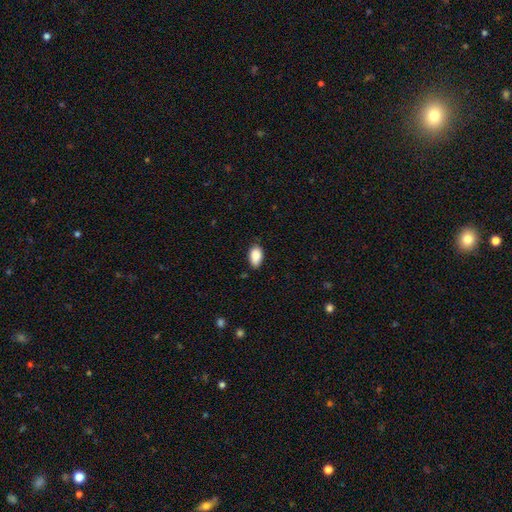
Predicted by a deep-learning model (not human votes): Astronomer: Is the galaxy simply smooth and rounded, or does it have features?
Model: smooth — 88%.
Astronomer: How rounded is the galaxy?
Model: in between — 92%.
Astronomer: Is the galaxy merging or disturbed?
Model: none — 73%.